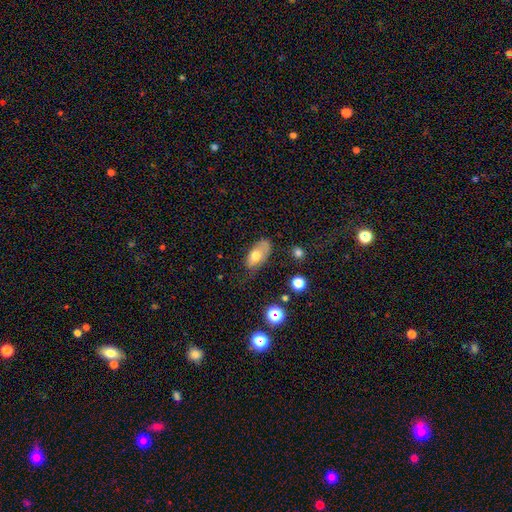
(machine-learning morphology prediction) The model was most divided on "merging": none: 47%, minor disturbance: 35%, major disturbance: 14%, merger: 4%. More confident: how rounded — in between (90%); smooth or featured — smooth (69%).